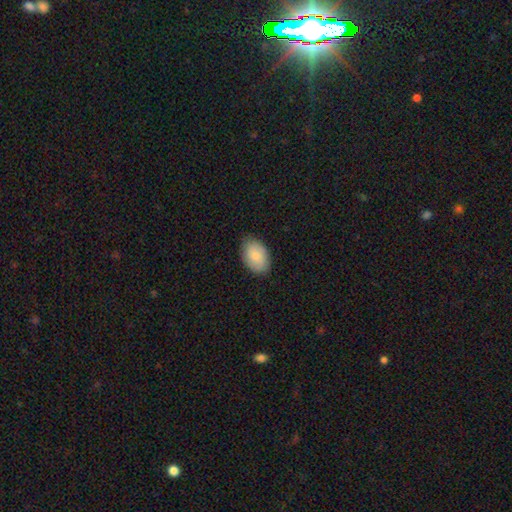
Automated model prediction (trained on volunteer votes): Q: Smooth or featured?
A: smooth (85%); runner-up: featured or disk (9%)
Q: How rounded?
A: in between (88%); runner-up: round (11%)
Q: Merging?
A: none (84%); runner-up: minor disturbance (13%)